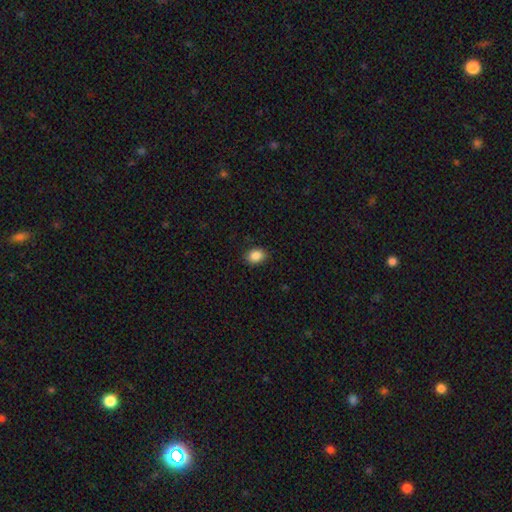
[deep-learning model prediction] Overall: smooth (88%). How rounded: in between (67%; round 32%). Merging: none (88%).